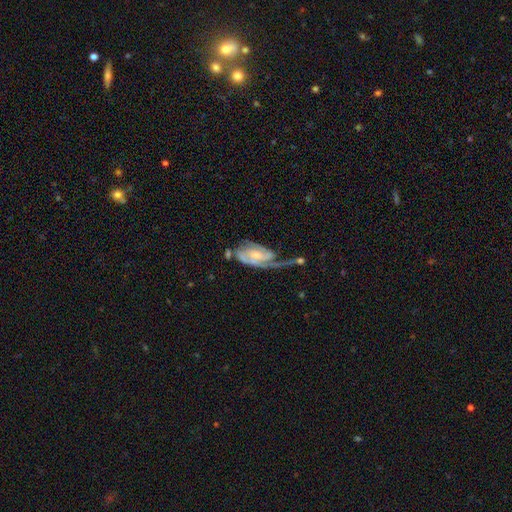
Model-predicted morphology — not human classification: Smooth or featured? Predicted: featured or disk (p=0.83). Edge-on disk? Predicted: no (p=0.96). Bar? Predicted: weak (p=0.45). Spiral arms? Predicted: yes (p=0.94). Spiral winding? Predicted: medium (p=0.41). Spiral arm count? Predicted: 2 (p=0.56). Bulge size? Predicted: small (p=0.48). Merging? Predicted: major disturbance (p=0.38).